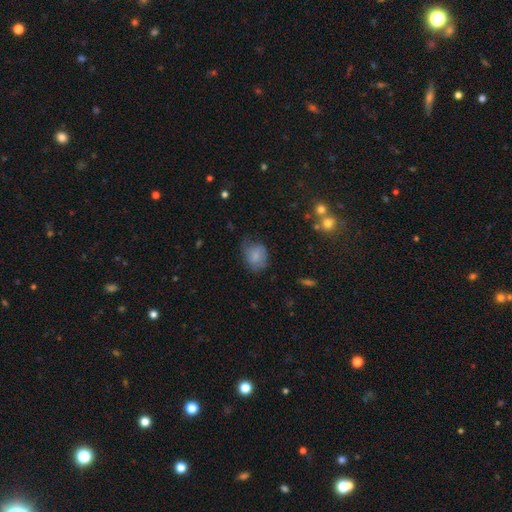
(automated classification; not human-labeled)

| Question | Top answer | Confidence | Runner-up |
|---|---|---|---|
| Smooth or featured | smooth | 72% | featured or disk (19%) |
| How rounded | in between | 53% | round (46%) |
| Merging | none | 47% | minor disturbance (35%) |